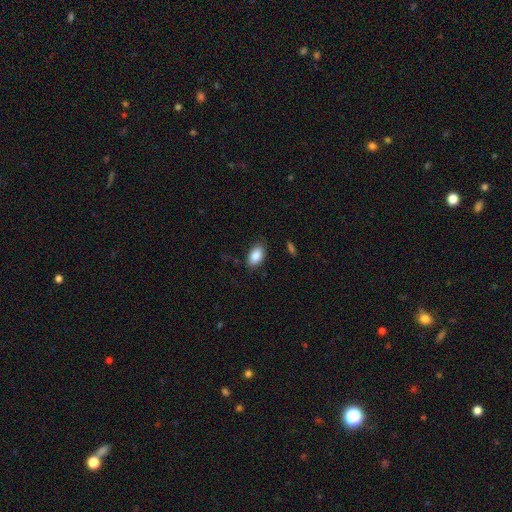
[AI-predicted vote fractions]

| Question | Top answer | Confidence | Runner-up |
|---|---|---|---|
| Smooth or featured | smooth | 88% | star or artifact (7%) |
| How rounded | in between | 92% | round (6%) |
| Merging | none | 84% | minor disturbance (12%) |